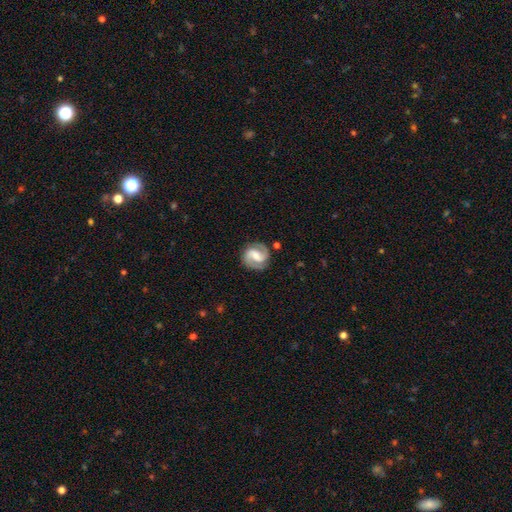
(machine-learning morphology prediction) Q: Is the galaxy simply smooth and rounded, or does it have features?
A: featured or disk — 87%.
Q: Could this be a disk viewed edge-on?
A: no — 98%.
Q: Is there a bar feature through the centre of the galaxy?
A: weak — 47%.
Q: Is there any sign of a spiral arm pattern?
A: yes — 97%.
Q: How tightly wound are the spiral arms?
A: medium — 52%.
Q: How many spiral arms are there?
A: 2 — 92%.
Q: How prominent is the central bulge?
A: moderate — 49%.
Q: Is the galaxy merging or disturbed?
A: none — 83%.